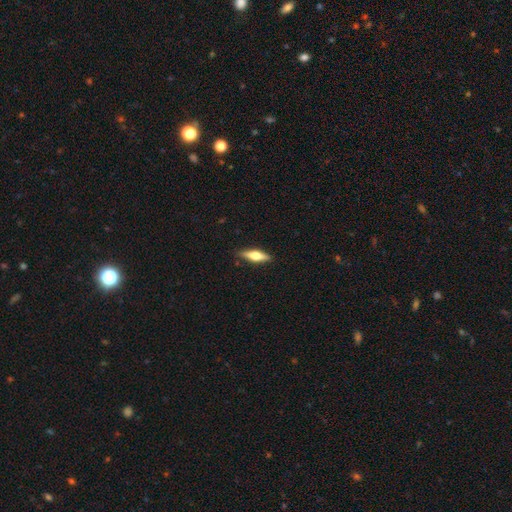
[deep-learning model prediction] Overall: featured or disk (50%; smooth 44%). Merging: none (88%).